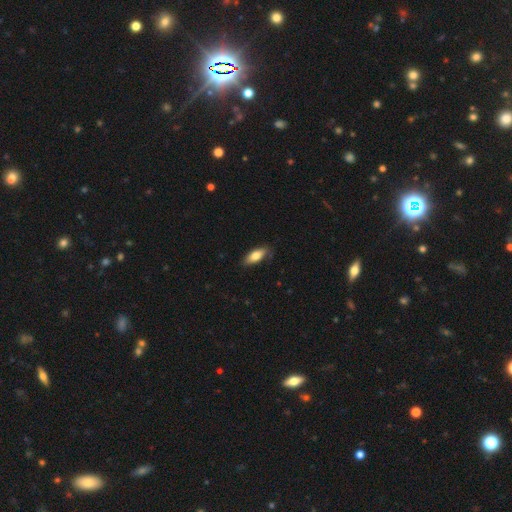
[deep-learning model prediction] smooth-or-featured: smooth: 79% | featured or disk: 15% | star or artifact: 6%
  how-rounded: in between: 78% | cigar-shaped: 20% | round: 3%
  merging: none: 80% | minor disturbance: 16% | major disturbance: 3% | merger: 1%